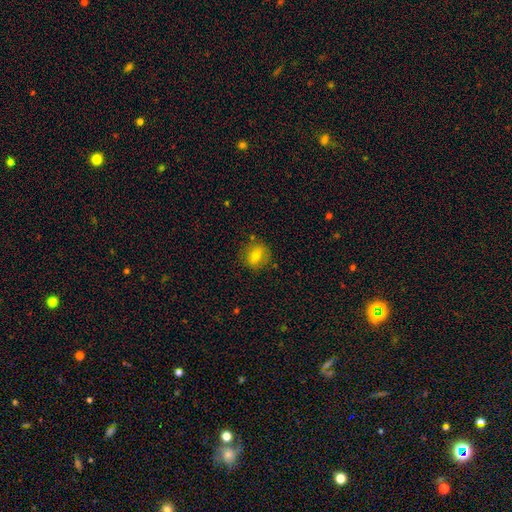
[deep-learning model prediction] Q: Smooth or featured?
A: smooth (73%); runner-up: featured or disk (17%)
Q: How rounded?
A: round (66%); runner-up: in between (33%)
Q: Merging?
A: none (81%); runner-up: minor disturbance (13%)